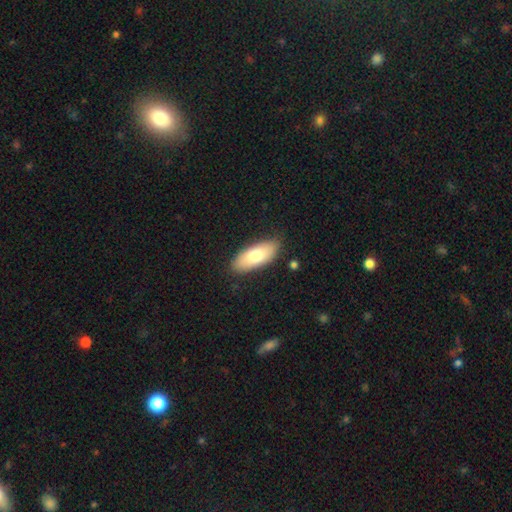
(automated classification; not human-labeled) Morphology: type=smooth (76%); roundness=in between (82%); merging=none (84%).